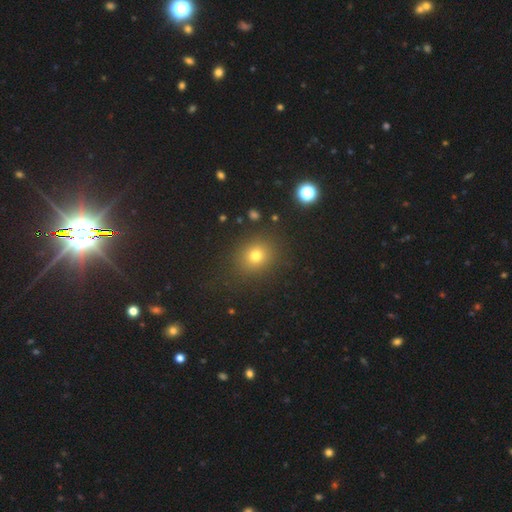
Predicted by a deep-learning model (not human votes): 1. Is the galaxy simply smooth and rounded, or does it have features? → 72% smooth, 19% star or artifact, 9% featured or disk.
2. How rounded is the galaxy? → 75% round, 24% in between, 1% cigar-shaped.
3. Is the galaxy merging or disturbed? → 85% none, 9% minor disturbance, 4% major disturbance, 2% merger.